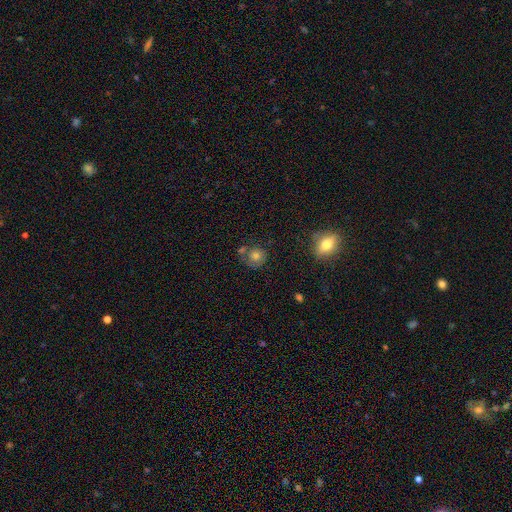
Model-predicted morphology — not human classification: Smooth or featured?
  - smooth: 69% *
  - featured or disk: 17%
  - star or artifact: 15%
How rounded?
  - round: 88% *
  - in between: 11%
  - cigar-shaped: 1%
Merging?
  - none: 67% *
  - minor disturbance: 15%
  - merger: 13%
  - major disturbance: 5%